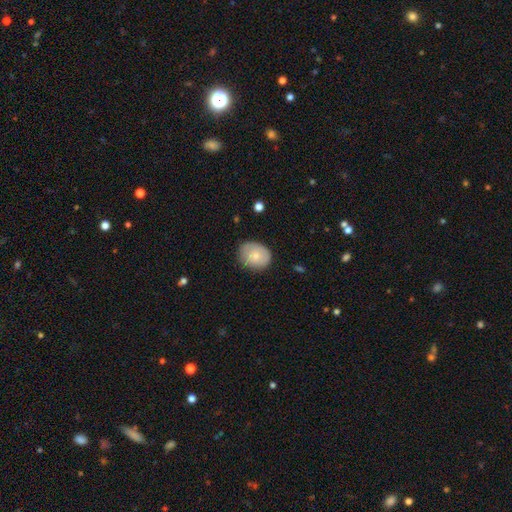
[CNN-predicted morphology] Smooth or featured? Predicted: smooth (p=0.73). How rounded? Predicted: round (p=0.54). Merging? Predicted: none (p=0.69).